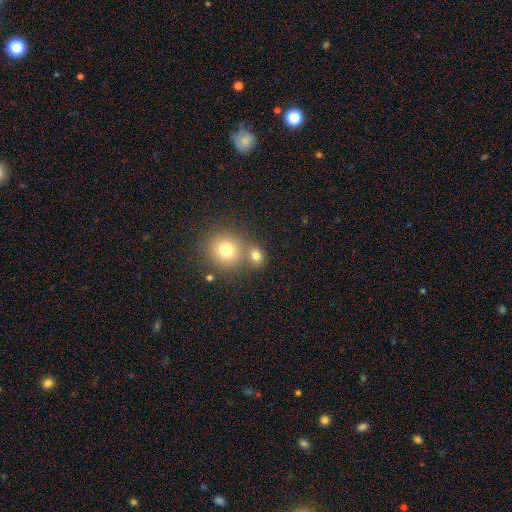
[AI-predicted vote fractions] Smooth or featured?
  - smooth: 77% *
  - star or artifact: 14%
  - featured or disk: 9%
How rounded?
  - round: 80% *
  - in between: 19%
  - cigar-shaped: 1%
Merging?
  - none: 56% *
  - merger: 33%
  - minor disturbance: 7%
  - major disturbance: 3%